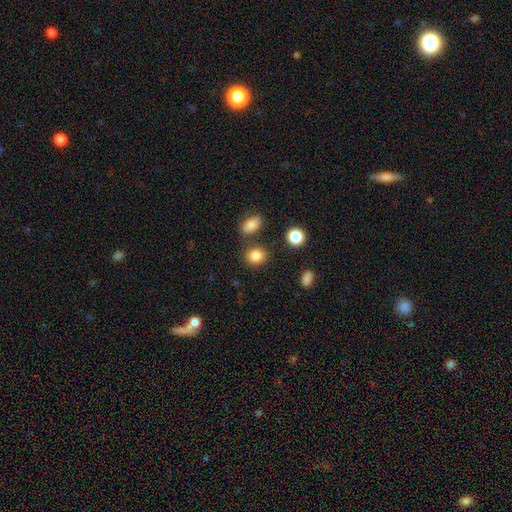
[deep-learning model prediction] Smooth or featured?
  - smooth: 84% *
  - star or artifact: 10%
  - featured or disk: 5%
How rounded?
  - round: 63% *
  - in between: 36%
  - cigar-shaped: 1%
Merging?
  - none: 77% *
  - minor disturbance: 11%
  - merger: 9%
  - major disturbance: 4%